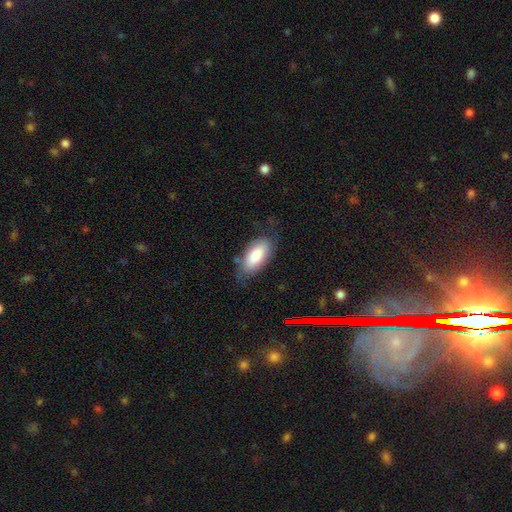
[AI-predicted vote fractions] This appears to be a smooth galaxy with no disk features (83%) that is in between round and cigar-shaped (90%). Merging: none (69%).